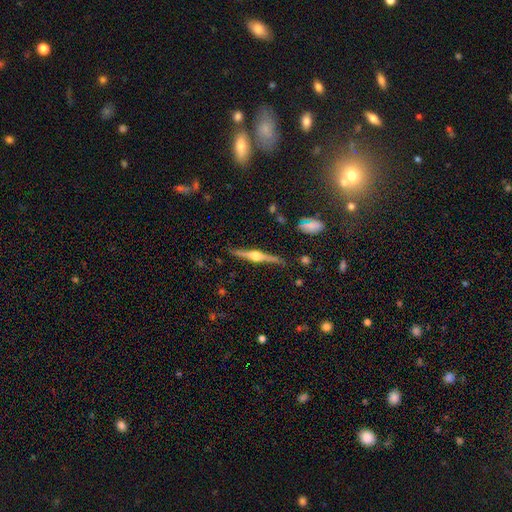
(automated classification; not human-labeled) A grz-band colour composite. It shows a featured or disk galaxy (83%) viewed edge-on (98%) with a rounded central bulge (95%). Merging: none (86%).